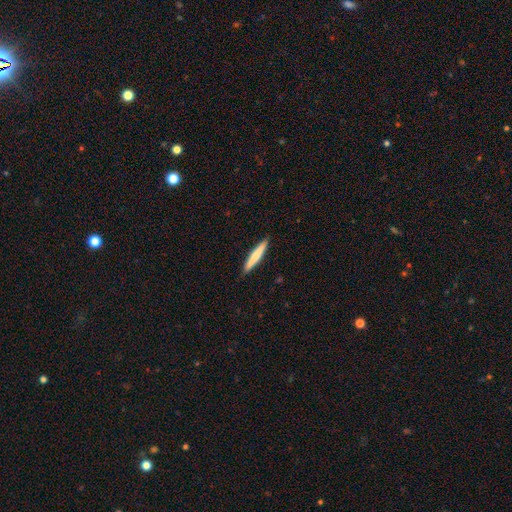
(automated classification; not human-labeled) smooth-or-featured: smooth: 66% | featured or disk: 29% | star or artifact: 5%
  how-rounded: cigar-shaped: 94% | in between: 5% | round: 1%
  merging: none: 90% | minor disturbance: 7% | major disturbance: 1% | merger: 1%